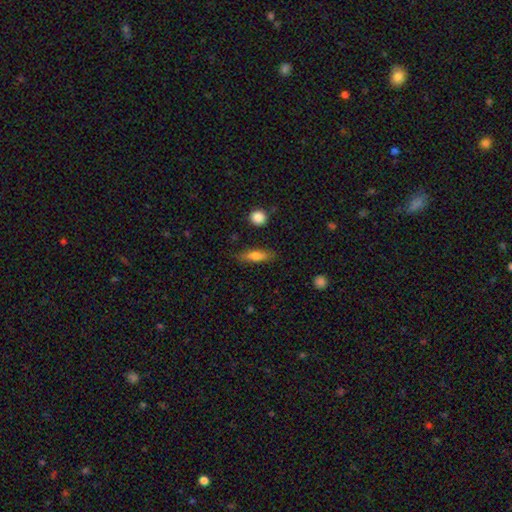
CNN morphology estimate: Smooth or featured?
  - smooth: 73% *
  - featured or disk: 20%
  - star or artifact: 7%
How rounded?
  - cigar-shaped: 54% *
  - in between: 43%
  - round: 3%
Merging?
  - none: 81% *
  - minor disturbance: 14%
  - major disturbance: 3%
  - merger: 2%